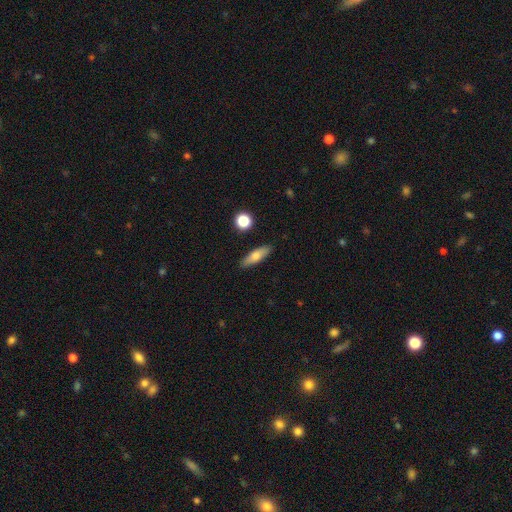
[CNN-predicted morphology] The model was most divided on "how rounded": cigar-shaped: 53%, in between: 44%, round: 3%. More confident: merging — none (88%); smooth or featured — smooth (69%).